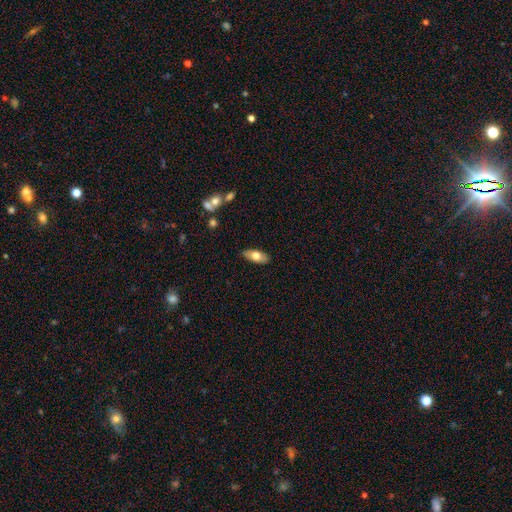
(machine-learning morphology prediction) A smooth galaxy with no disk features (70%) that is in between round and cigar-shaped (87%).

Vote fractions:
- Smooth or featured? smooth: 70% / featured or disk: 24% / star or artifact: 6%
- How rounded? in between: 87% / cigar-shaped: 10% / round: 3%
- Merging? none: 87% / minor disturbance: 9% / major disturbance: 2% / merger: 1%